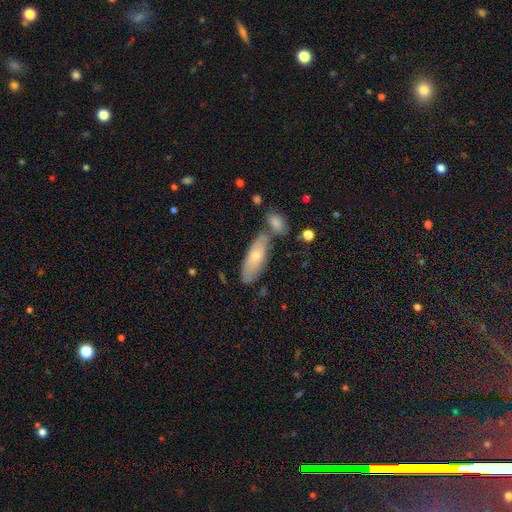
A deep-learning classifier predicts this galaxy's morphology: Q: Smooth or featured?
A: smooth (55%); runner-up: featured or disk (39%)
Q: How rounded?
A: in between (70%); runner-up: cigar-shaped (27%)
Q: Merging?
A: none (59%); runner-up: merger (18%)